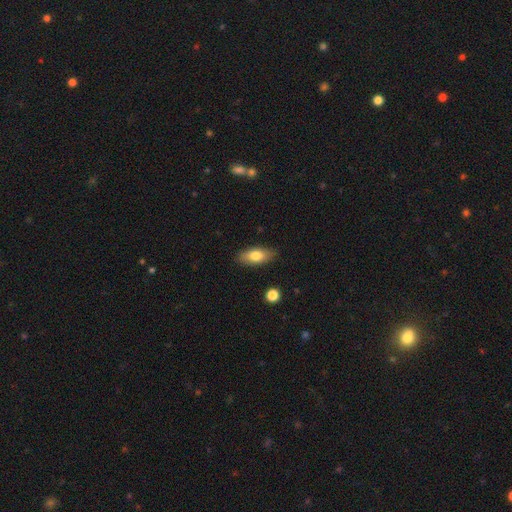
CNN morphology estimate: A smooth galaxy with no disk features (76%) that is in between round and cigar-shaped (81%).

Vote fractions:
- Smooth or featured? smooth: 76% / featured or disk: 17% / star or artifact: 7%
- How rounded? in between: 81% / cigar-shaped: 15% / round: 3%
- Merging? none: 85% / minor disturbance: 11% / major disturbance: 2% / merger: 1%